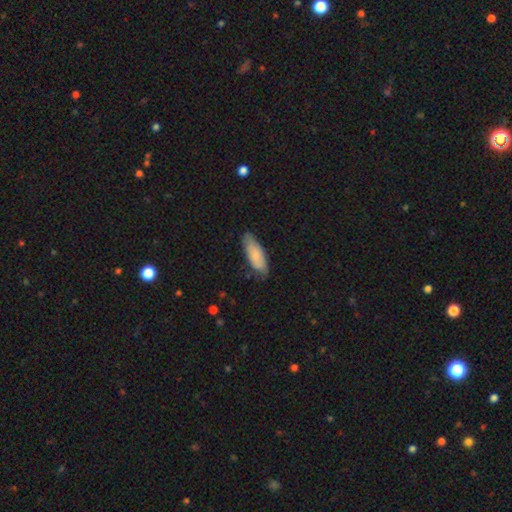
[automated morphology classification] A smooth galaxy with no disk features (79%) that is in between round and cigar-shaped (71%). Merging: none (71%).